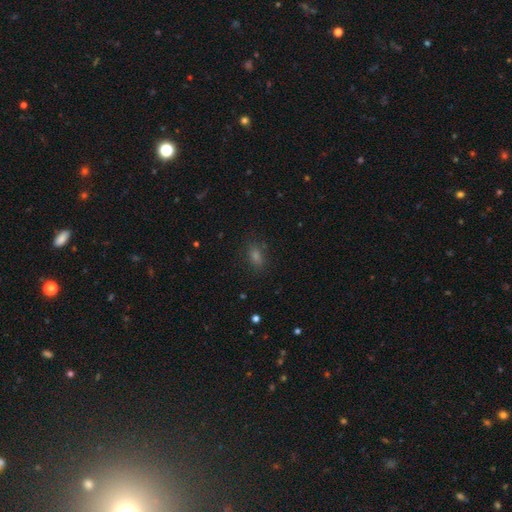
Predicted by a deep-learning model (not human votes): Q: Smooth or featured?
A: smooth (65%); runner-up: star or artifact (26%)
Q: How rounded?
A: in between (77%); runner-up: round (18%)
Q: Merging?
A: none (82%); runner-up: minor disturbance (12%)